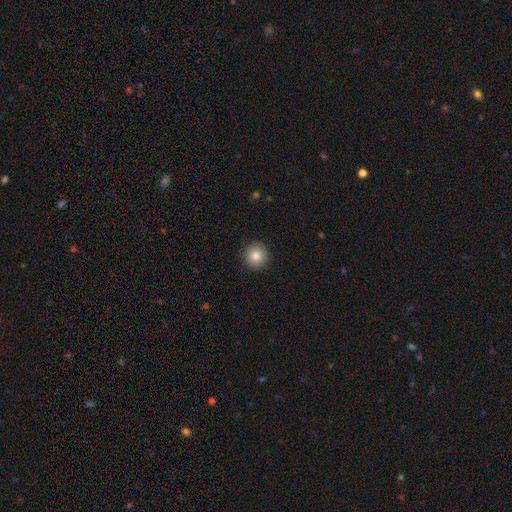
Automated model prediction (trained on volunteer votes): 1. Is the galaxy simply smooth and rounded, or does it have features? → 85% smooth, 10% star or artifact, 6% featured or disk.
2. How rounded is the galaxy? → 94% round, 5% in between, 1% cigar-shaped.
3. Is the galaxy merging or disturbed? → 91% none, 6% minor disturbance, 2% major disturbance, 1% merger.